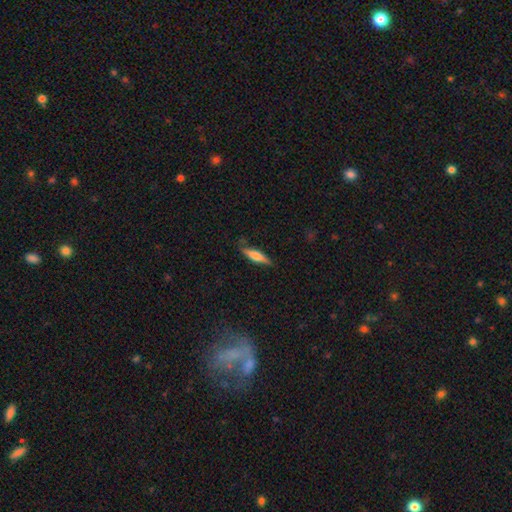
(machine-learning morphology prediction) Smooth or featured? Predicted: smooth (p=0.55). How rounded? Predicted: cigar-shaped (p=0.76). Merging? Predicted: none (p=0.79).